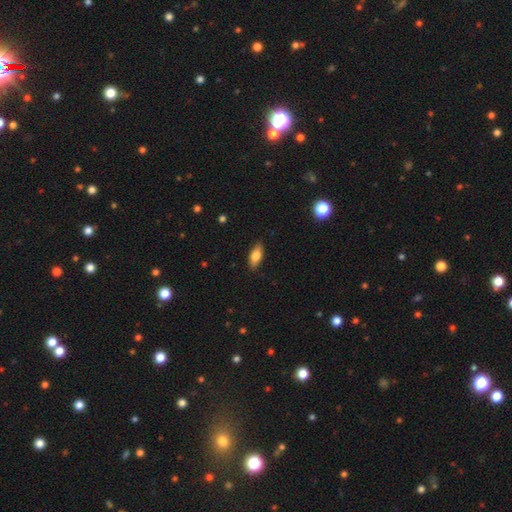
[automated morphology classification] type=smooth (77%); roundness=in between (80%); merging=none (87%).